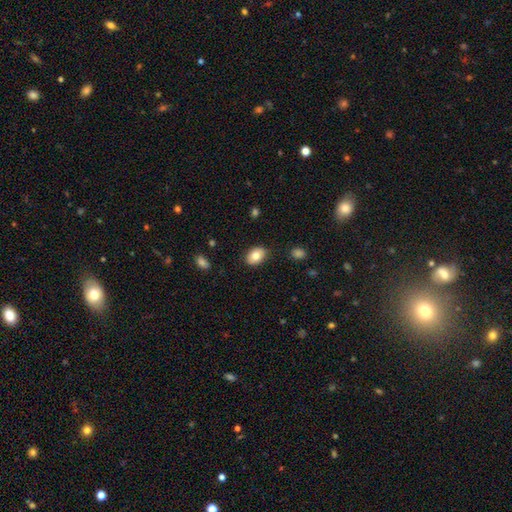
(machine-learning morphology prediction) This appears to be a smooth galaxy with no disk features (79%) that is in between round and cigar-shaped (82%). Merging: none (84%).